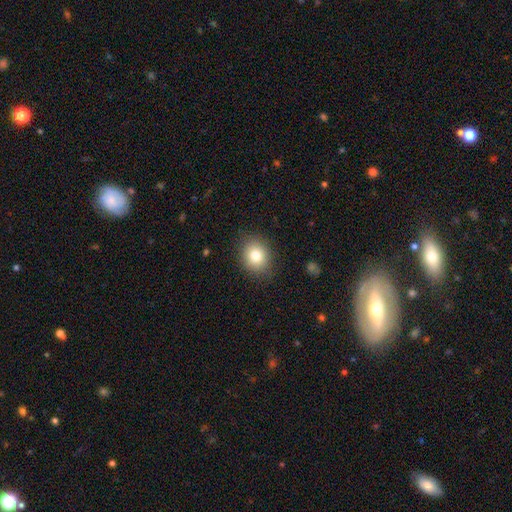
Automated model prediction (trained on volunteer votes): This is clearly a smooth galaxy (80%). How rounded: likely round (65%). Merging: clearly none (86%).